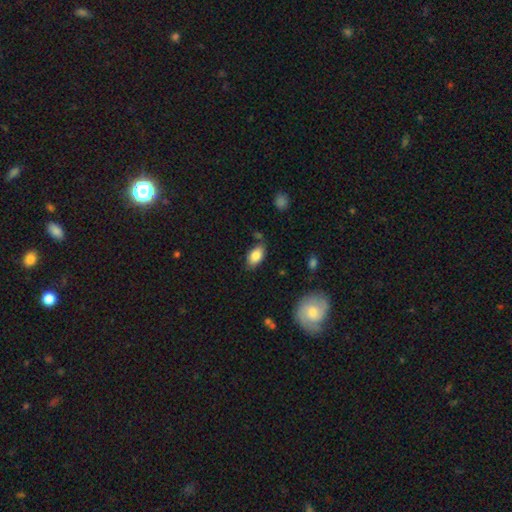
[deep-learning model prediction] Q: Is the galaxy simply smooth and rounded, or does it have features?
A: smooth — 84%.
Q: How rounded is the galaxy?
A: in between — 92%.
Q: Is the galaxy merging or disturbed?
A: none — 74%.